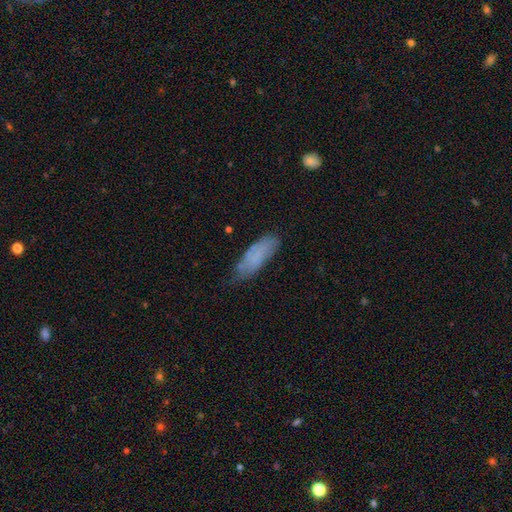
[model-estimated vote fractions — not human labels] Smooth or featured?
  - smooth: 63% *
  - featured or disk: 28%
  - star or artifact: 9%
How rounded?
  - in between: 62% *
  - cigar-shaped: 36%
  - round: 2%
Merging?
  - none: 53% *
  - minor disturbance: 34%
  - major disturbance: 10%
  - merger: 2%